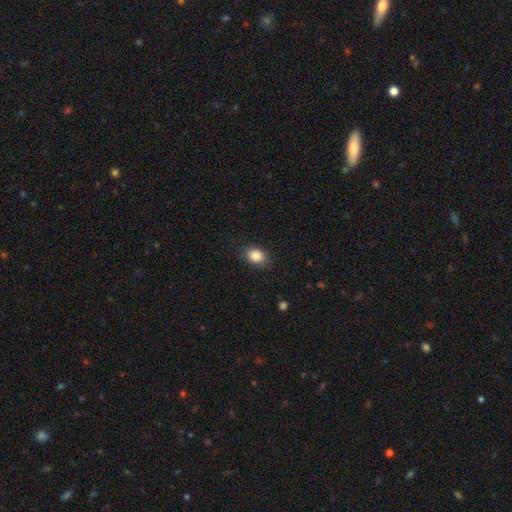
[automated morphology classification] Smooth or featured?
  - smooth: 87% *
  - star or artifact: 8%
  - featured or disk: 4%
How rounded?
  - in between: 71% *
  - round: 28%
  - cigar-shaped: 1%
Merging?
  - none: 82% *
  - minor disturbance: 13%
  - major disturbance: 3%
  - merger: 1%